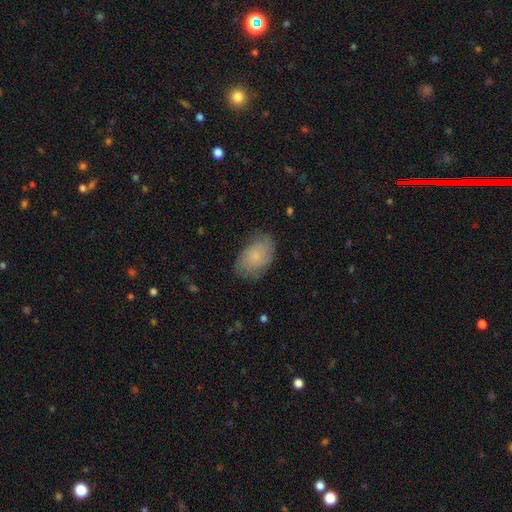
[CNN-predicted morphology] Q: Smooth or featured?
A: smooth (60%); runner-up: featured or disk (33%)
Q: How rounded?
A: in between (88%); runner-up: round (10%)
Q: Merging?
A: none (66%); runner-up: minor disturbance (25%)